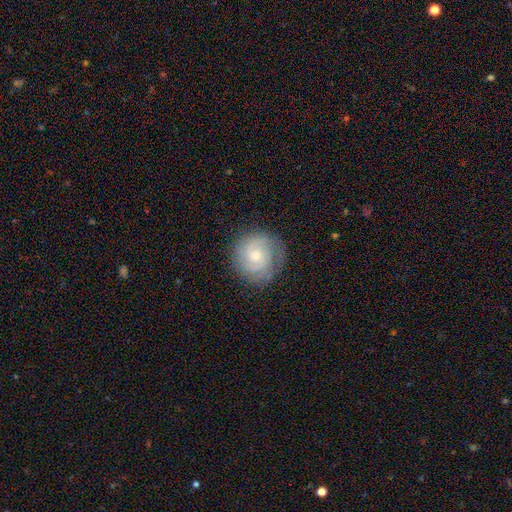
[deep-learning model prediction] The model was most divided on "bulge size": small: 54%, moderate: 42%, large: 2%, none: 1%, dominant: 1%. Remaining: edge-on disk — no (98%); spiral arms — yes (93%); merging — none (82%); smooth or featured — featured or disk (71%); bar — no (70%); spiral winding — tight (62%); spiral arm count — 2 (45%).